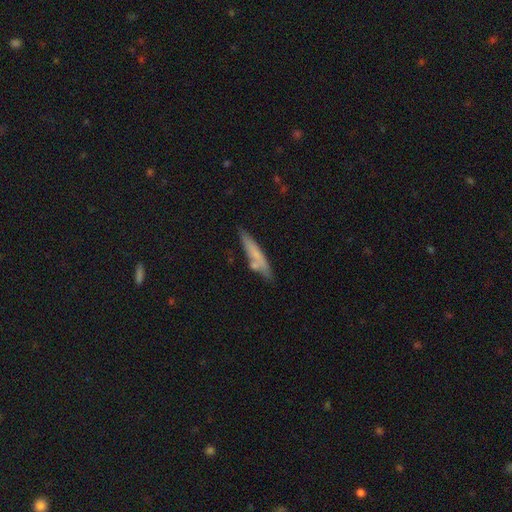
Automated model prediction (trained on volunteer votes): Smooth or featured?
  - smooth: 62% *
  - featured or disk: 31%
  - star or artifact: 7%
How rounded?
  - cigar-shaped: 87% *
  - in between: 12%
  - round: 2%
Merging?
  - none: 72% *
  - minor disturbance: 17%
  - merger: 8%
  - major disturbance: 4%